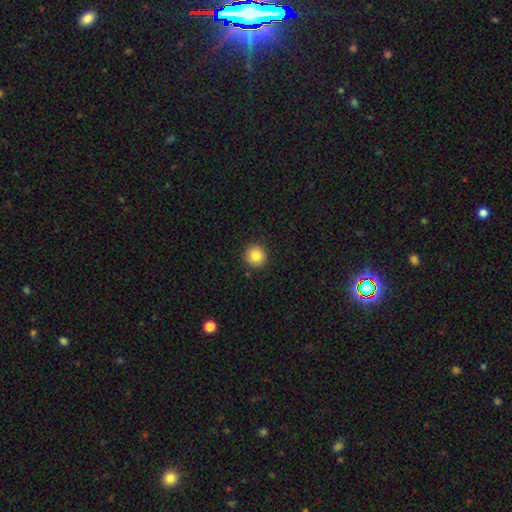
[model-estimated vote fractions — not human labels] smooth_or_featured: smooth (p=0.85) [alt: star or artifact p=0.10]
how_rounded: round (p=0.95) [alt: in between p=0.04]
merging: none (p=0.91) [alt: minor disturbance p=0.06]